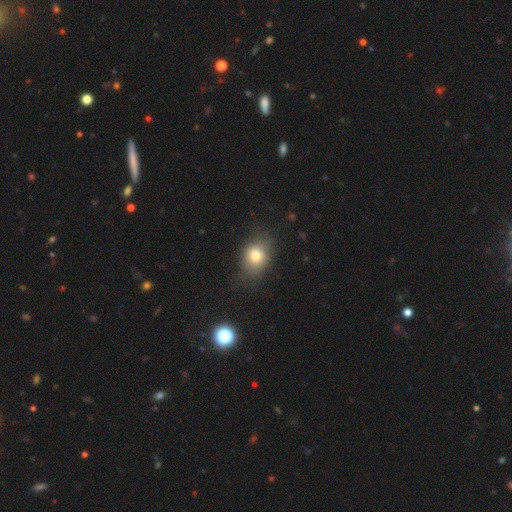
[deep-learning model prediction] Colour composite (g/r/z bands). It shows a smooth galaxy with no disk features (77%) that is in between round and cigar-shaped (55%). Merging: none (64%).